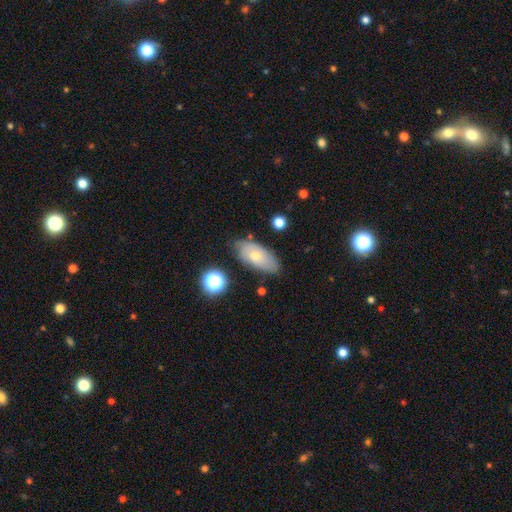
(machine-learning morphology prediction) type=smooth (61%); roundness=in between (88%); merging=none (75%).